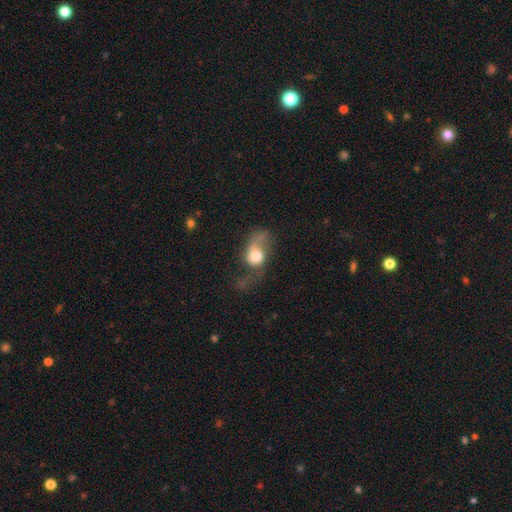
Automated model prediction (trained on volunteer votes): Smooth or featured?
  - smooth: 56% *
  - featured or disk: 35%
  - star or artifact: 9%
How rounded?
  - in between: 54% *
  - round: 44%
  - cigar-shaped: 2%
Merging?
  - major disturbance: 53% *
  - none: 21%
  - minor disturbance: 19%
  - merger: 6%